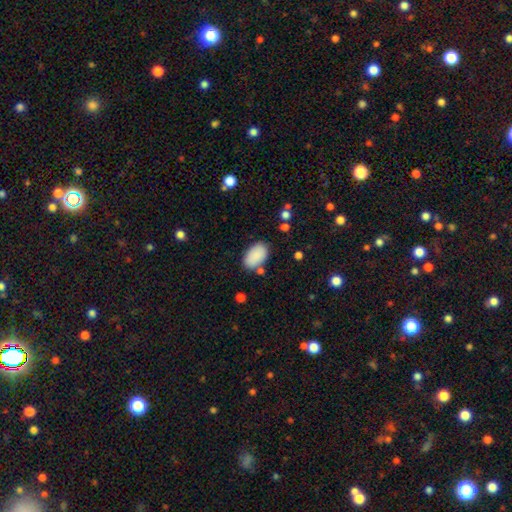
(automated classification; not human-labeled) This is clearly a smooth galaxy (88%). How rounded: clearly in between (94%). Merging: likely none (79%).